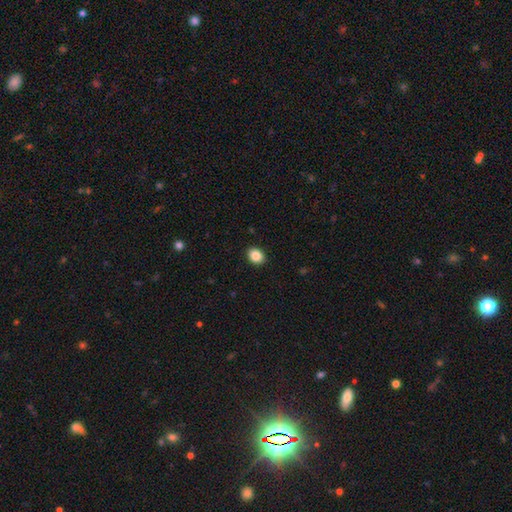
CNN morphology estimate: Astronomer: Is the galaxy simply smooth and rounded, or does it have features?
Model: smooth — 88%.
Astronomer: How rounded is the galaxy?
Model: in between — 51% (runner-up: round, 49%).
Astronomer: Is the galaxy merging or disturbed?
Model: none — 91%.